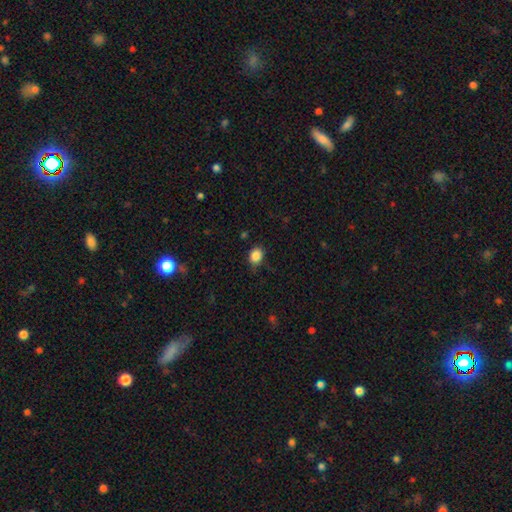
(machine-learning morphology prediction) smooth_or_featured: smooth (p=0.86) [alt: star or artifact p=0.10]
how_rounded: round (p=0.58) [alt: in between p=0.41]
merging: none (p=0.79) [alt: minor disturbance p=0.16]